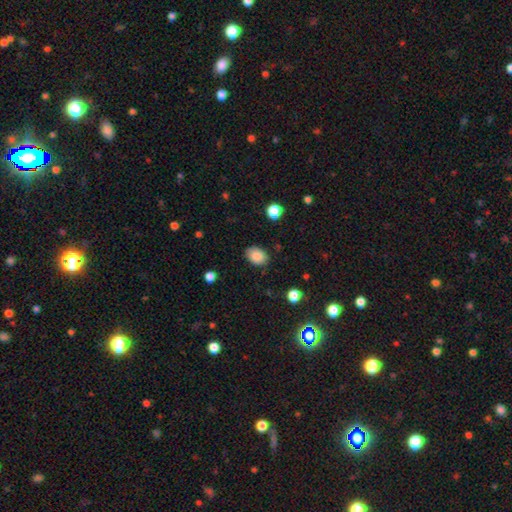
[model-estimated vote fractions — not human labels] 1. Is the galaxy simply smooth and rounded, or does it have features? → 87% smooth, 8% star or artifact, 5% featured or disk.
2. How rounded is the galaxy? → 70% in between, 29% round, 1% cigar-shaped.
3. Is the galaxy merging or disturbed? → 83% none, 12% minor disturbance, 3% major disturbance, 1% merger.